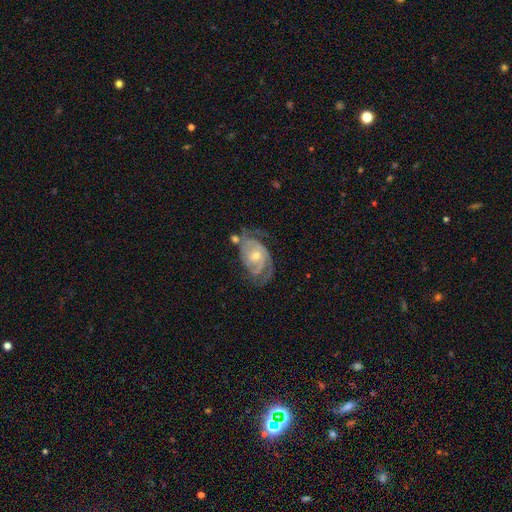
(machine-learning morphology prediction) Smooth or featured?
  - featured or disk: 88% *
  - smooth: 7%
  - star or artifact: 5%
Edge-on disk?
  - no: 97% *
  - yes: 3%
Bar?
  - no: 66% *
  - weak: 27%
  - strong: 7%
Spiral arms?
  - yes: 96% *
  - no: 4%
Spiral winding?
  - tight: 63% *
  - medium: 30%
  - loose: 7%
Spiral arm count?
  - 2: 57% *
  - 3: 18%
  - can't tell: 14%
  - 1: 4%
  - 4: 4%
  - more than 4: 3%
Bulge size?
  - moderate: 54% *
  - small: 43%
  - large: 2%
  - none: 1%
  - dominant: 1%
Merging?
  - none: 63% *
  - minor disturbance: 21%
  - major disturbance: 10%
  - merger: 5%